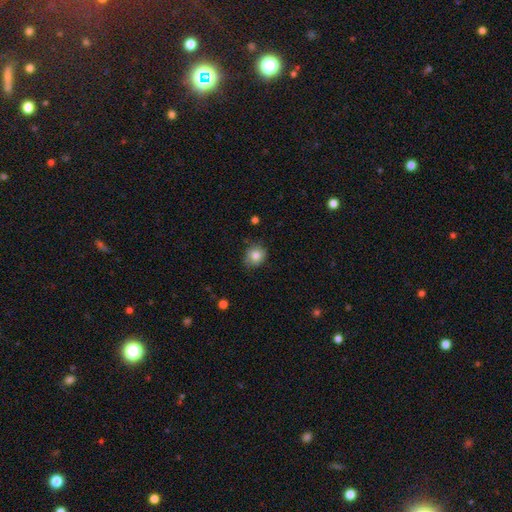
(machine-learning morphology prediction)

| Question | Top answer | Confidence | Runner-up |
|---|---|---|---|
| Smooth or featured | smooth | 79% | featured or disk (12%) |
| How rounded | round | 80% | in between (20%) |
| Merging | none | 73% | minor disturbance (21%) |